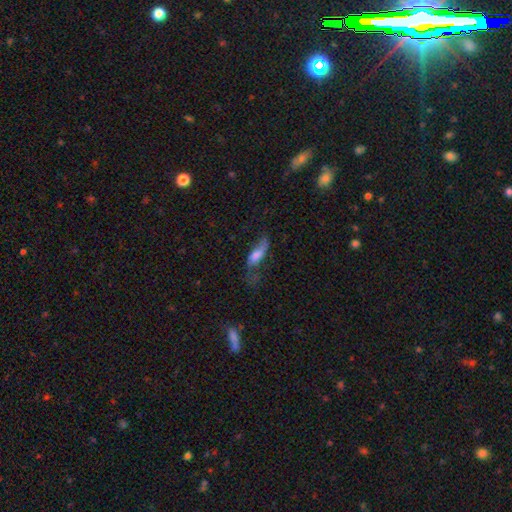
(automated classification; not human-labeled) The model was most divided on "merging": major disturbance: 37%, none: 33%, minor disturbance: 25%, merger: 5%. More confident: how rounded — in between (56%); smooth or featured — smooth (52%).